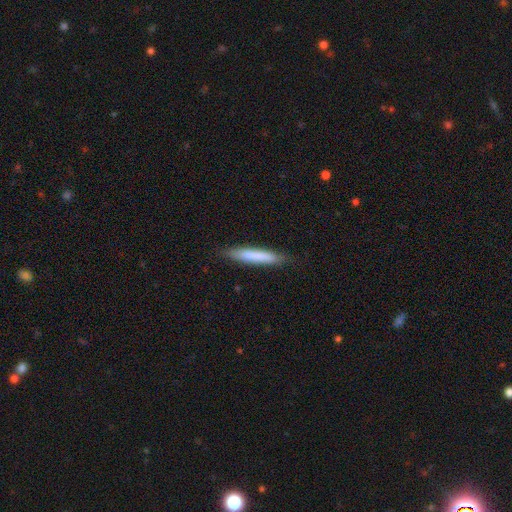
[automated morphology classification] type=smooth (78%); roundness=cigar-shaped (92%); merging=none (86%).